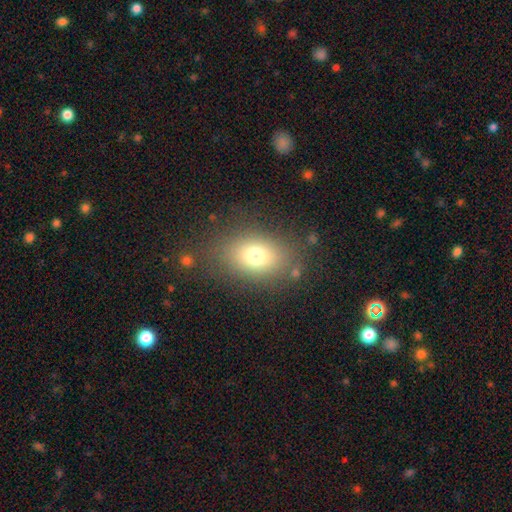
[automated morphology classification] The model was most divided on "how rounded": in between: 72%, round: 26%, cigar-shaped: 2%. More confident: merging — none (78%); smooth or featured — smooth (74%).